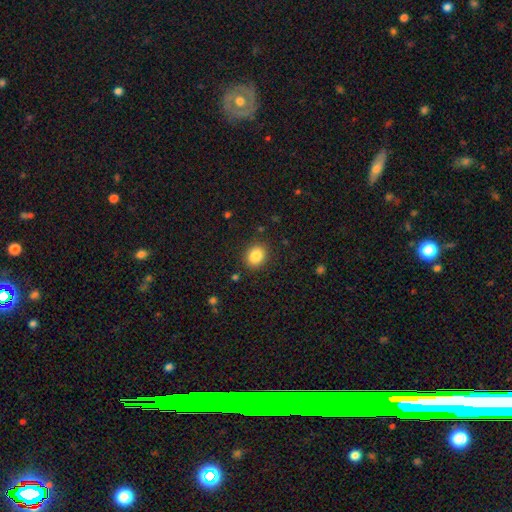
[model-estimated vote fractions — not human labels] smooth-or-featured: smooth: 86% | star or artifact: 9% | featured or disk: 5%
  how-rounded: round: 62% | in between: 37% | cigar-shaped: 1%
  merging: none: 88% | minor disturbance: 8% | major disturbance: 3% | merger: 1%